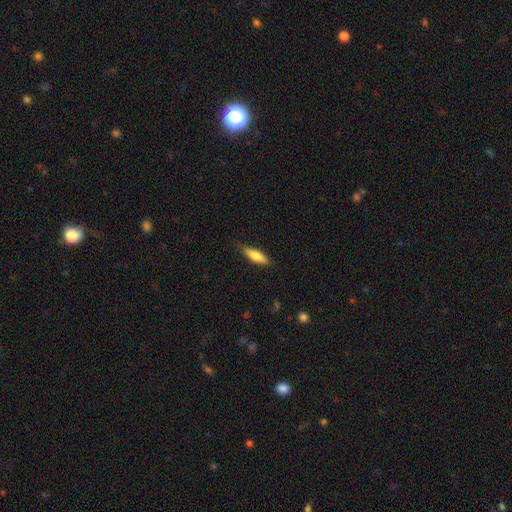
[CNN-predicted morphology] Smooth or featured: smooth — 72% (featured or disk — 22%)
How rounded: cigar-shaped — 51% (in between — 47%)
Merging: none — 79% (minor disturbance — 17%)